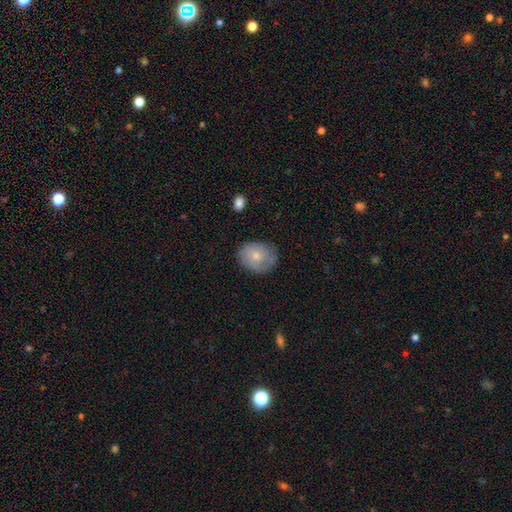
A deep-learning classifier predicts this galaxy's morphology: Smooth or featured? smooth (60%)
How rounded? in between (51%)
Merging? none (72%)